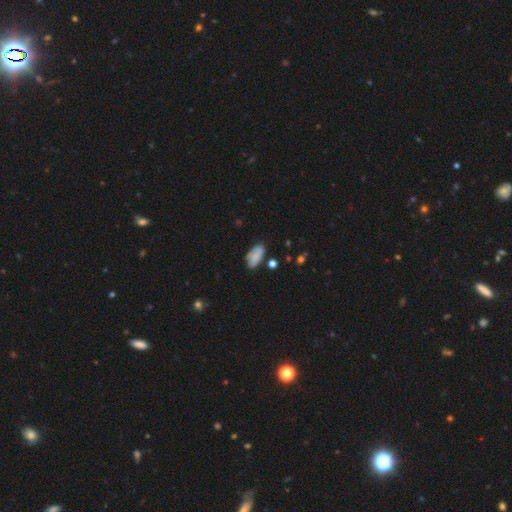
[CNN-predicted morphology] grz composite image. It shows a smooth galaxy with no disk features (82%) that is in between round and cigar-shaped (93%). Merging: none (72%).